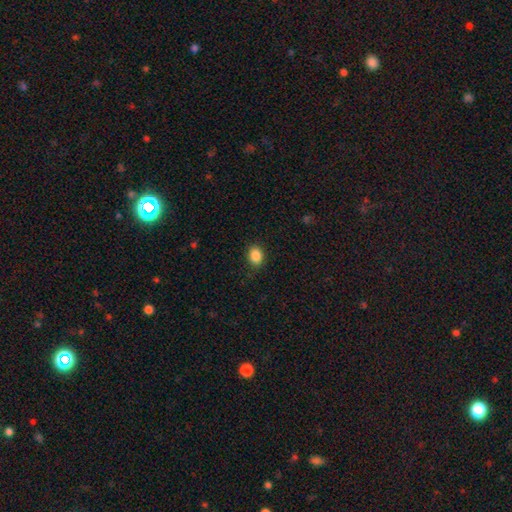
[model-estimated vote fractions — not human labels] A smooth galaxy with no disk features (88%) that is in between round and cigar-shaped (64%).

Vote fractions:
- Smooth or featured? smooth: 88% / star or artifact: 9% / featured or disk: 3%
- How rounded? in between: 64% / round: 35% / cigar-shaped: 1%
- Merging? none: 88% / minor disturbance: 9% / major disturbance: 3% / merger: 1%